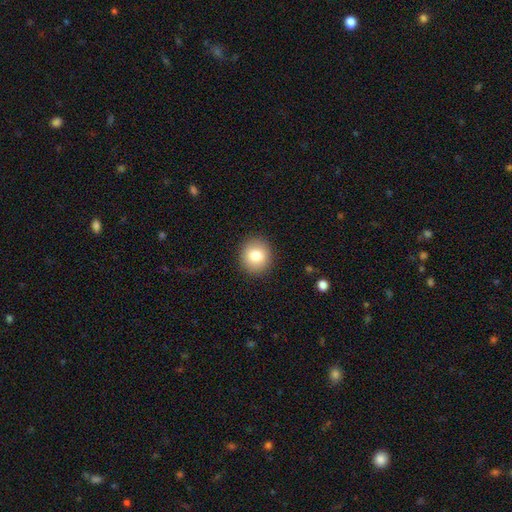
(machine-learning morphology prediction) smooth 83%, featured or disk 9%, star or artifact 9%. Down the decision tree: how rounded — round (84%); merging — none (90%).